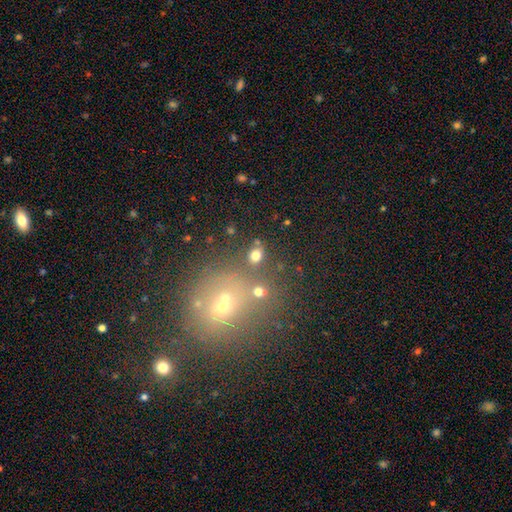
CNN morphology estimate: Smooth or featured? smooth (74%)
How rounded? round (54%)
Merging? none (72%)